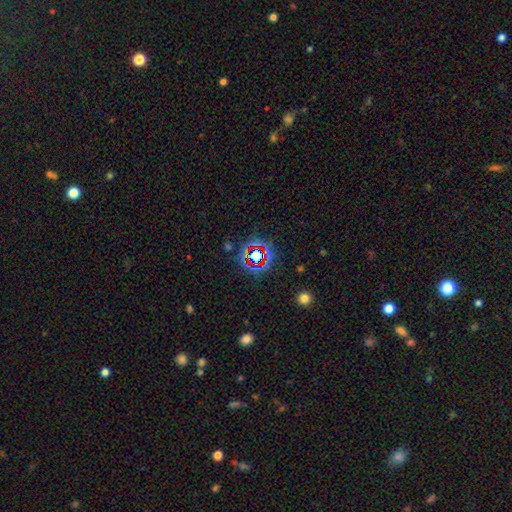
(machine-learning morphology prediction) smooth-or-featured: star or artifact: 70% | smooth: 19% | featured or disk: 11%